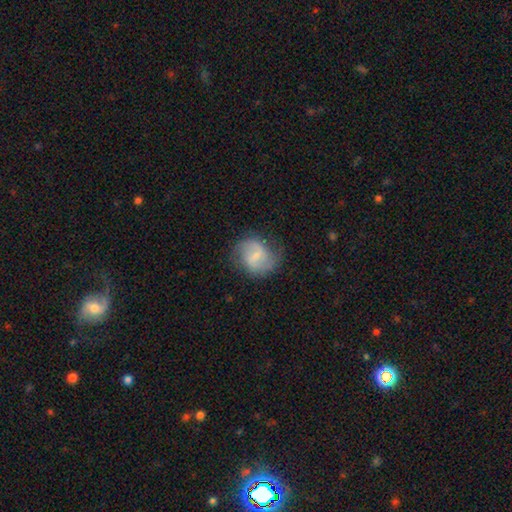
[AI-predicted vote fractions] The model was most divided on "spiral winding": loose: 44%, medium: 43%, tight: 14%. More confident: edge-on disk — no (98%); spiral arms — yes (87%); spiral arm count — 2 (86%); merging — none (69%); smooth or featured — featured or disk (63%); bulge size — small (57%); bar — weak (57%).